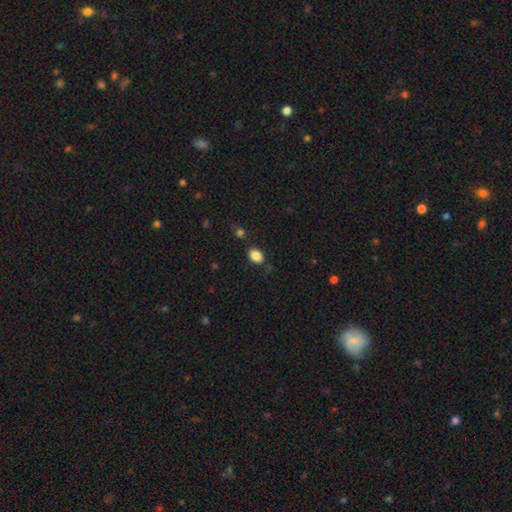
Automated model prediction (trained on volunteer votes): This is clearly a smooth galaxy (85%). How rounded: likely in between (72%). Merging: likely none (74%).